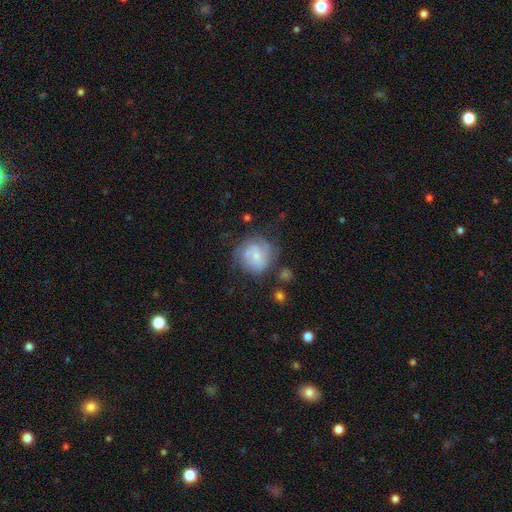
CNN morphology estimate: featured or disk 47%, smooth 45%, star or artifact 8%. Down the decision tree: merging — none (55%).